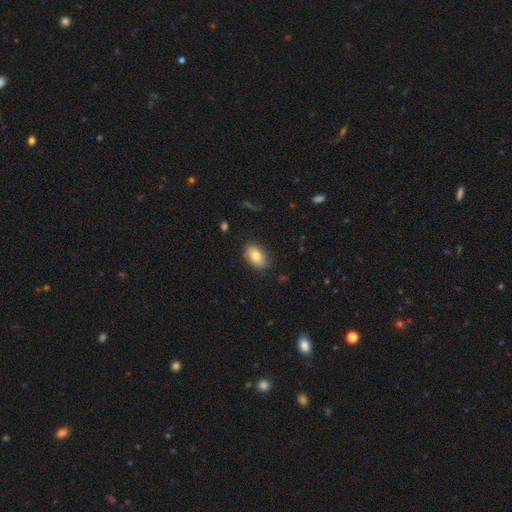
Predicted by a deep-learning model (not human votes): Morphology: type=smooth (81%); roundness=in between (91%); merging=none (84%).